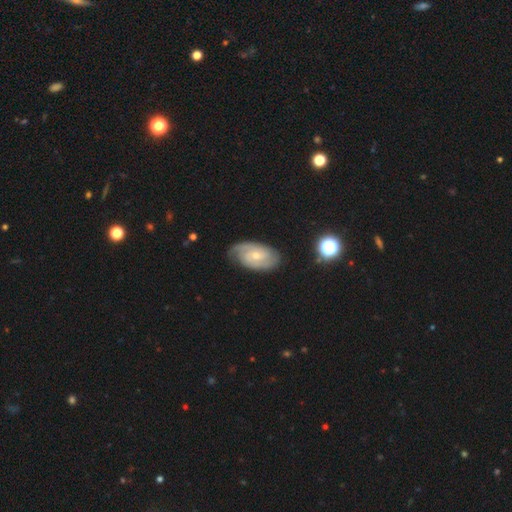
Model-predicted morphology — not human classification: A featured or disk galaxy (78%) with no bar (55%), 2 (57%) tight (60%) spiral arms (94%) and a small central bulge (60%). Merging: none (73%).